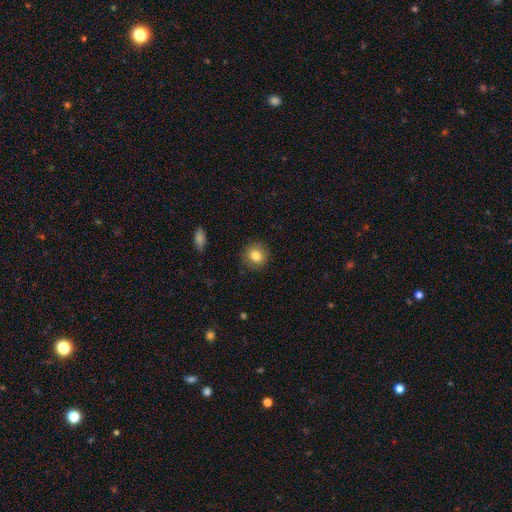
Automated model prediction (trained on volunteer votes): Overall: smooth (82%). How rounded: round (84%). Merging: none (87%).